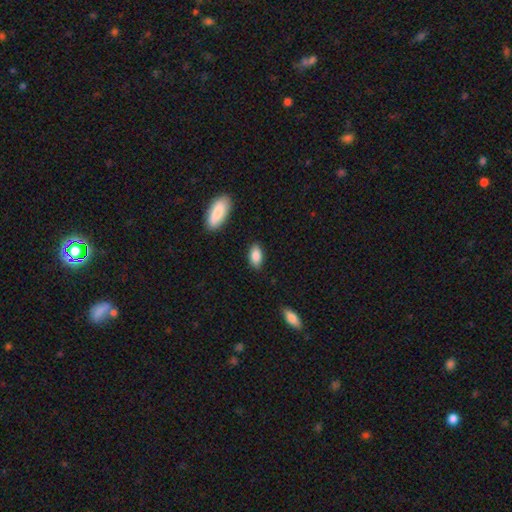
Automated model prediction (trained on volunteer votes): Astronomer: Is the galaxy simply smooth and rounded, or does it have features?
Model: smooth — 87%.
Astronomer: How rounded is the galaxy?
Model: in between — 92%.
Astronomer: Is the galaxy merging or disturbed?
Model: none — 85%.